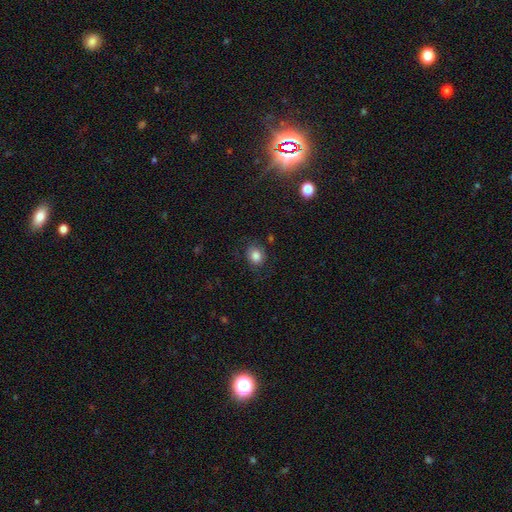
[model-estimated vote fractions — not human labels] Smooth or featured?
  - smooth: 82% *
  - star or artifact: 10%
  - featured or disk: 8%
How rounded?
  - round: 62% *
  - in between: 37%
  - cigar-shaped: 1%
Merging?
  - none: 76% *
  - minor disturbance: 17%
  - major disturbance: 6%
  - merger: 2%